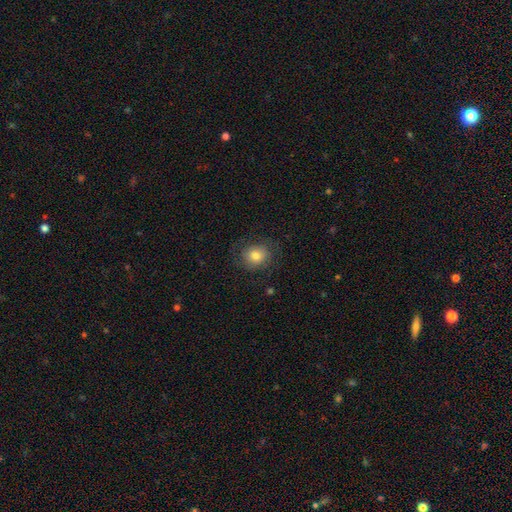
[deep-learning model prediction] Morphology: type=smooth (71%); roundness=round (75%); merging=none (76%).